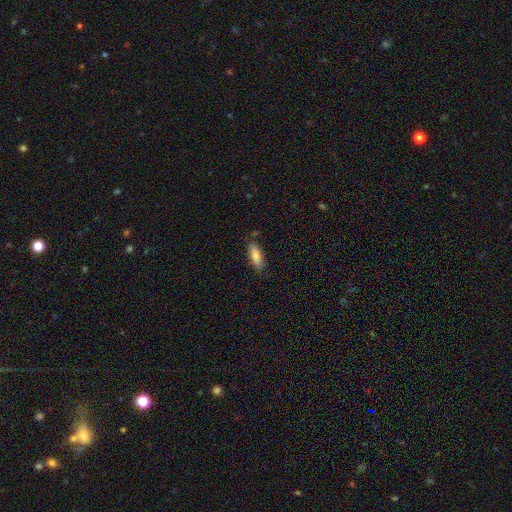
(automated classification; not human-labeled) smooth_or_featured: smooth (p=0.81) [alt: featured or disk p=0.12]
how_rounded: in between (p=0.53) [alt: cigar-shaped p=0.45]
merging: none (p=0.81) [alt: minor disturbance p=0.14]